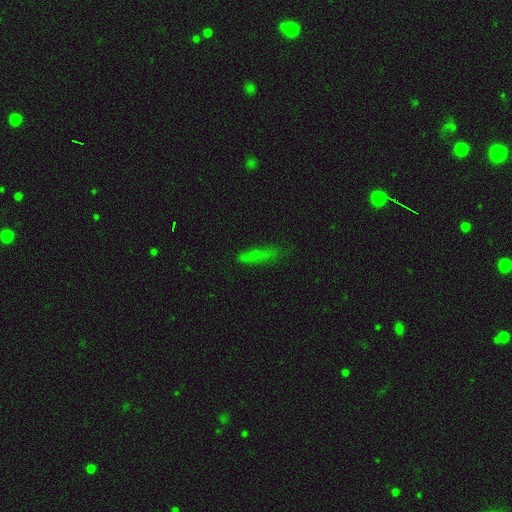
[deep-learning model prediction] This appears to be a smooth galaxy with no disk features (68%) that is cigar-shaped (76%). Merging: none (75%).